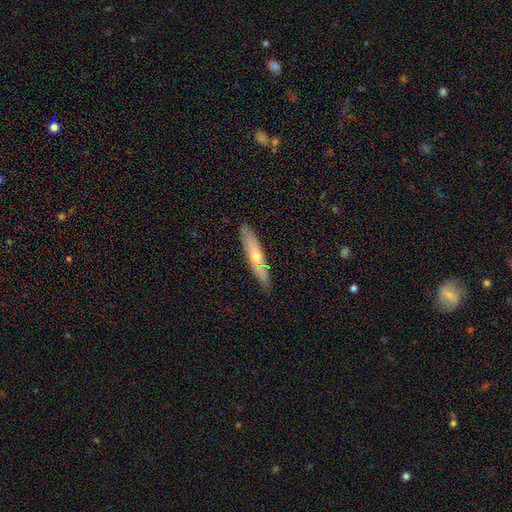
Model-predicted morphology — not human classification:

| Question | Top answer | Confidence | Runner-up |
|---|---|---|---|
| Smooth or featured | featured or disk | 55% | smooth (38%) |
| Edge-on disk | yes | 74% | no (26%) |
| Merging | none | 84% | minor disturbance (11%) |